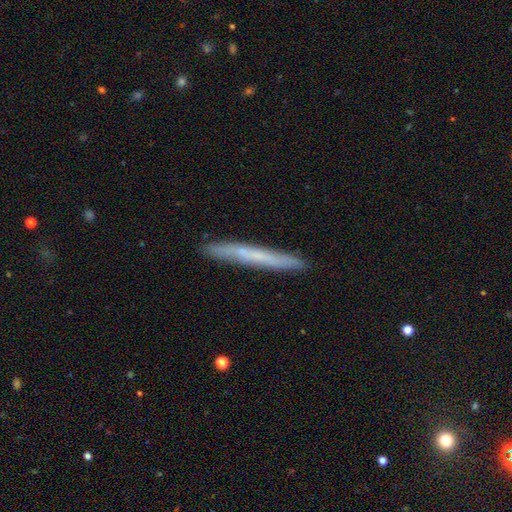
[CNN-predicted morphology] A smooth galaxy with no disk features (51%) that is cigar-shaped (97%). Merging: none (90%).